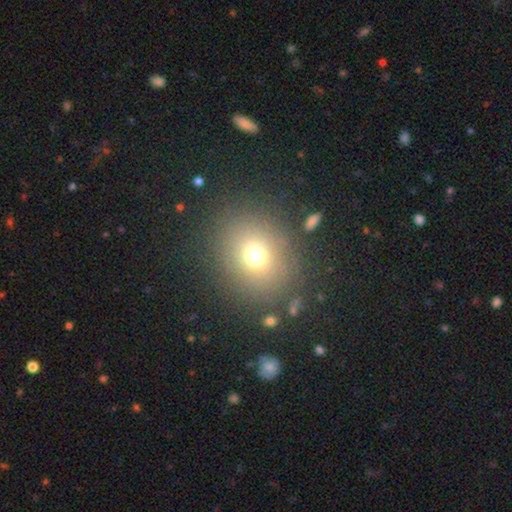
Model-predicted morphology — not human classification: Q: Smooth or featured?
A: smooth (71%); runner-up: star or artifact (18%)
Q: How rounded?
A: round (70%); runner-up: in between (29%)
Q: Merging?
A: none (82%); runner-up: minor disturbance (9%)